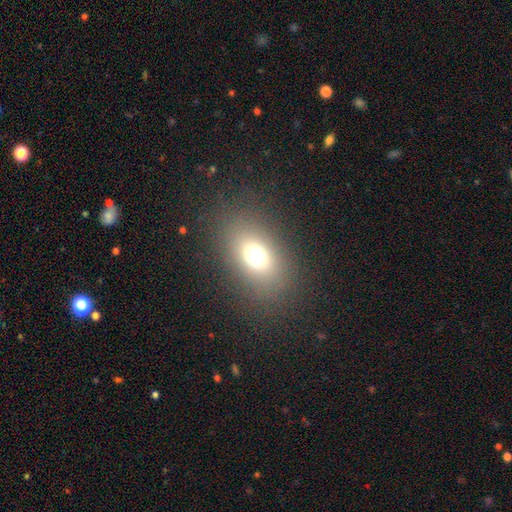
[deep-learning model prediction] This appears to be a smooth galaxy with no disk features (69%) that is in between round and cigar-shaped (73%). Merging: none (82%).